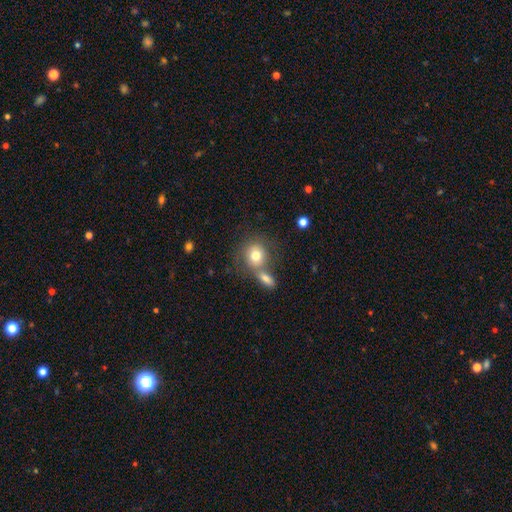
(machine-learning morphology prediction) type=smooth (77%); roundness=round (79%); merging=none (48%).